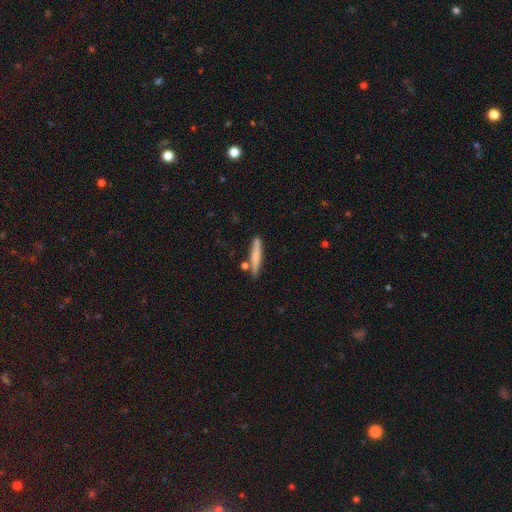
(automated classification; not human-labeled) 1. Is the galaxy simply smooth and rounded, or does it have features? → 70% smooth, 24% featured or disk, 6% star or artifact.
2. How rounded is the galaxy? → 92% cigar-shaped, 6% in between, 2% round.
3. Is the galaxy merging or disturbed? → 79% none, 12% minor disturbance, 6% merger, 3% major disturbance.